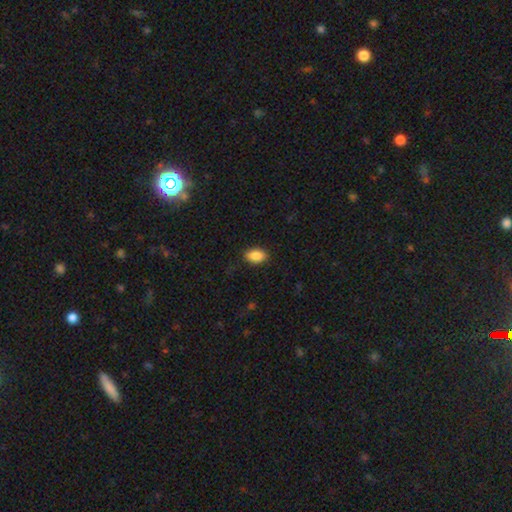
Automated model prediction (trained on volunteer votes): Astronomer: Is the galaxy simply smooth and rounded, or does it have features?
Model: smooth — 88%.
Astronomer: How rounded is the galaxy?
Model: in between — 89%.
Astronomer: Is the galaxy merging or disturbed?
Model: none — 86%.